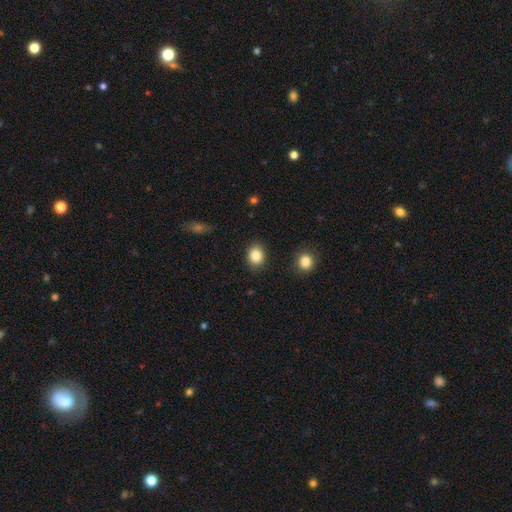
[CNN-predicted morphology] Smooth or featured: smooth — 86% (star or artifact — 9%)
How rounded: round — 54% (in between — 45%)
Merging: none — 88% (minor disturbance — 8%)